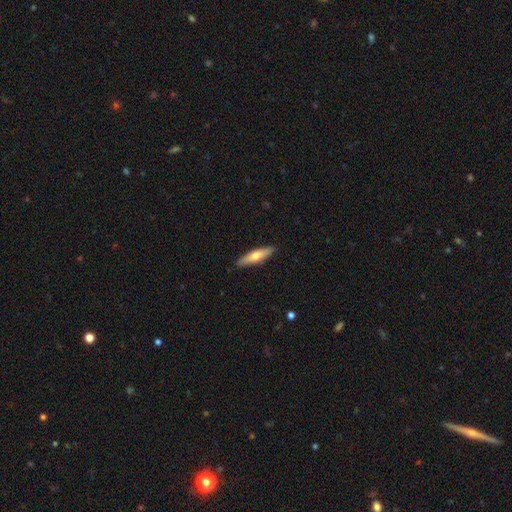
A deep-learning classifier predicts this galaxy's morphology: type=smooth (62%); roundness=cigar-shaped (77%); merging=none (89%).